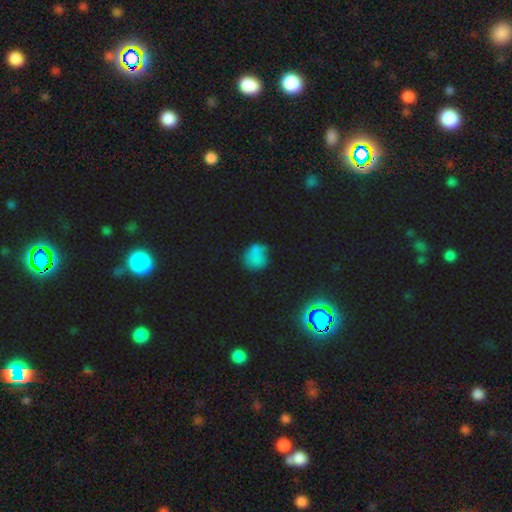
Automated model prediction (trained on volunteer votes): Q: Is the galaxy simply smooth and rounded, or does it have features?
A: smooth — 65%.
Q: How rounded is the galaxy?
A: round — 75%.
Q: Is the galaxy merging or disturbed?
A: none — 53%.